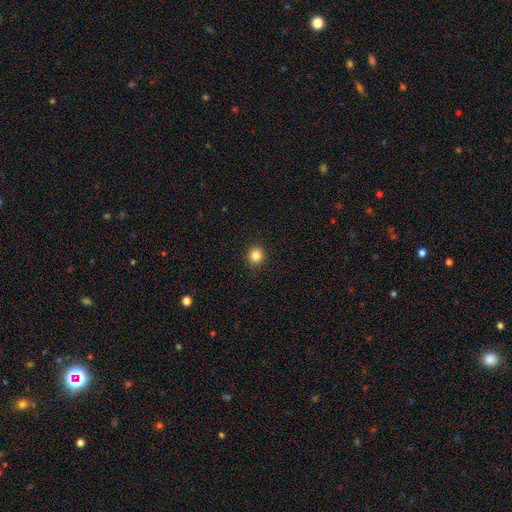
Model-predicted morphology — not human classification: The model was most divided on "smooth or featured": smooth: 84%, star or artifact: 11%, featured or disk: 5%. More confident: merging — none (92%); how rounded — round (91%).